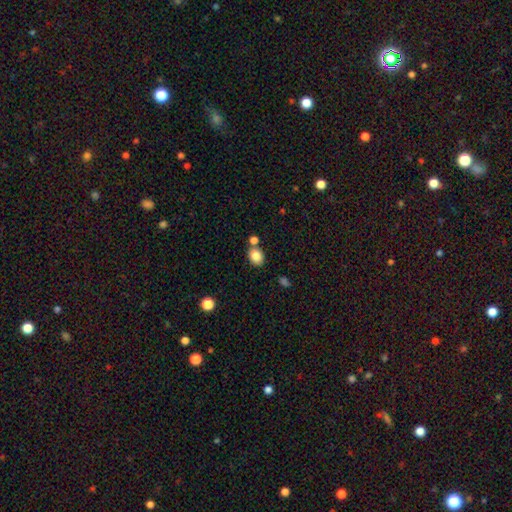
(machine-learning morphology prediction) smooth_or_featured: smooth (p=0.83) [alt: star or artifact p=0.09]
how_rounded: in between (p=0.58) [alt: round p=0.41]
merging: none (p=0.68) [alt: merger p=0.16]